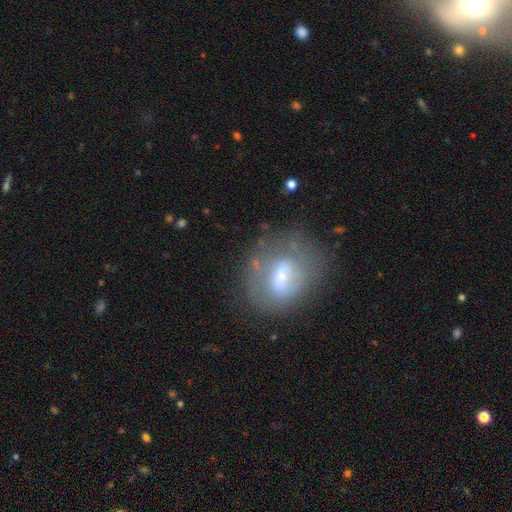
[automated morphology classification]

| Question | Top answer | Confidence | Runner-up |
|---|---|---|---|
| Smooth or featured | smooth | 42% | tied: featured or disk (42%) |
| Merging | none | 70% | minor disturbance (18%) |